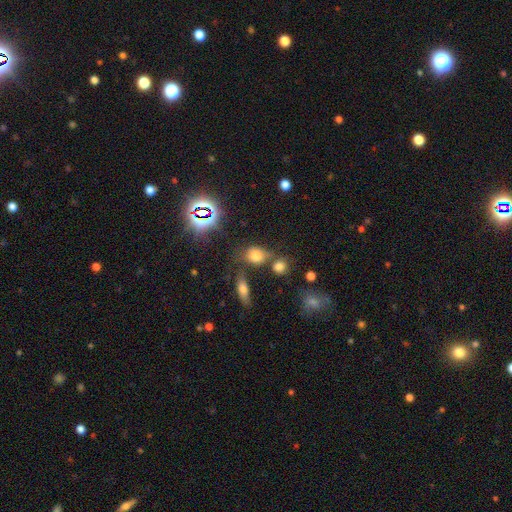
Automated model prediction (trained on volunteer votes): The model was most divided on "how rounded": in between: 49%, round: 48%, cigar-shaped: 3%. More confident: smooth or featured — smooth (67%); merging — none (56%).